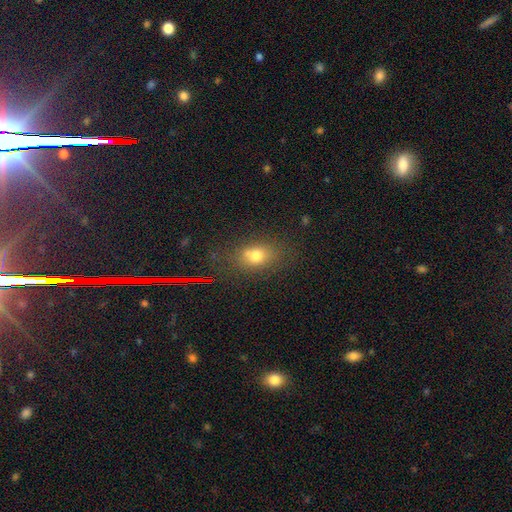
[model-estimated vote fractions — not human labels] Morphology: type=smooth (71%); roundness=in between (67%); merging=none (70%).